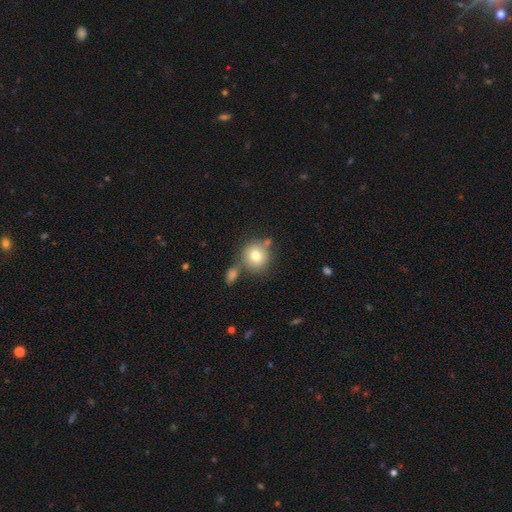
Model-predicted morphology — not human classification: type=smooth (77%); roundness=round (90%); merging=none (67%).